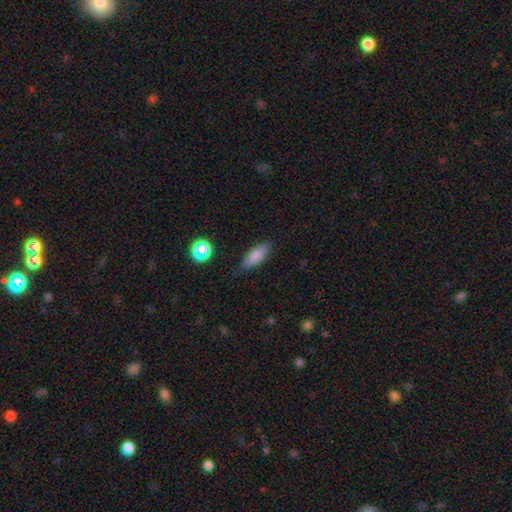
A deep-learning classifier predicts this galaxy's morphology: Smooth or featured? Predicted: smooth (p=0.83). How rounded? Predicted: in between (p=0.76). Merging? Predicted: none (p=0.79).